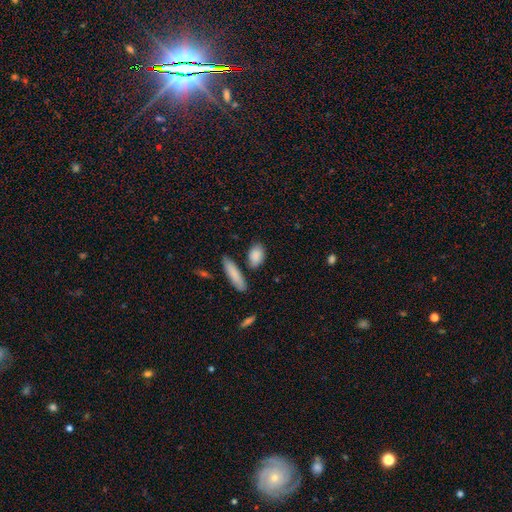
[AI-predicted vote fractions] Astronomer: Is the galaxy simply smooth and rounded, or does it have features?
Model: smooth — 86%.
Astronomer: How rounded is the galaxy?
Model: in between — 78%.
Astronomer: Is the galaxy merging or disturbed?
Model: none — 72%.